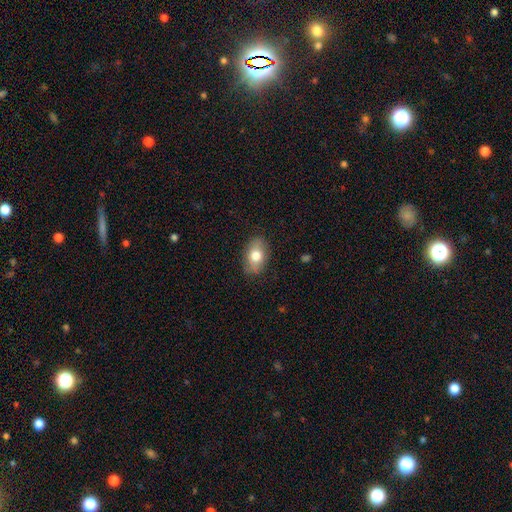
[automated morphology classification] A smooth galaxy with no disk features (73%) that is in between round and cigar-shaped (87%).

Vote fractions:
- Smooth or featured? smooth: 73% / featured or disk: 20% / star or artifact: 7%
- How rounded? in between: 87% / round: 11% / cigar-shaped: 2%
- Merging? none: 82% / minor disturbance: 14% / major disturbance: 3% / merger: 1%